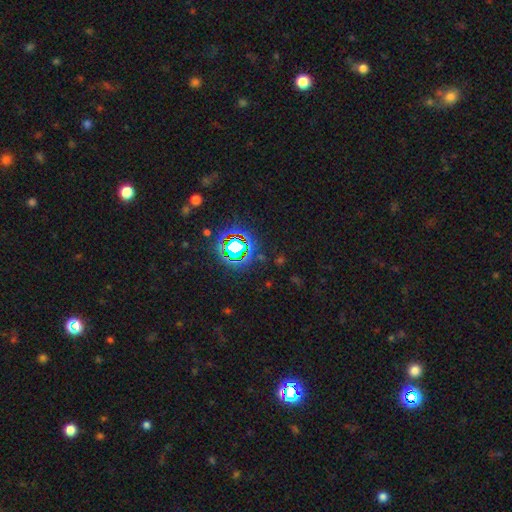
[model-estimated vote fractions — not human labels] This appears to be a star or artifact, not a galaxy (80%).